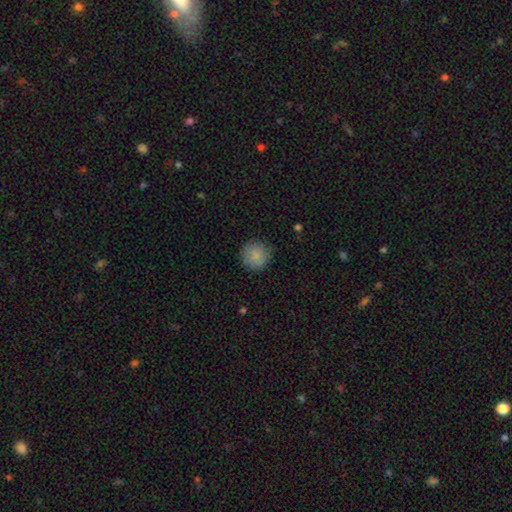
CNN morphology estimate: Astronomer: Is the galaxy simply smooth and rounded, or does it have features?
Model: smooth — 86%.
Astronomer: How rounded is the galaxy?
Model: round — 94%.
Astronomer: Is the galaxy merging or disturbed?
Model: none — 85%.